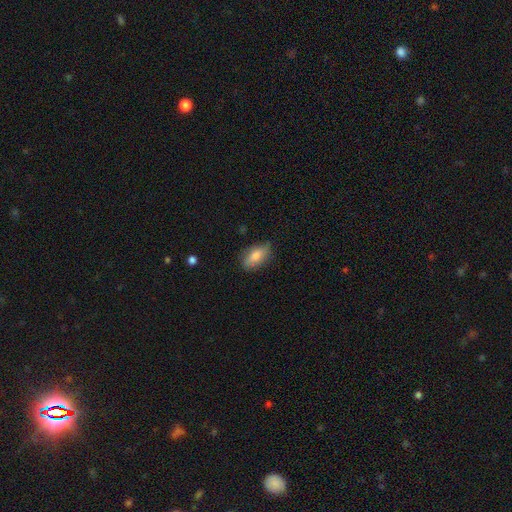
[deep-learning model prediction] smooth_or_featured: smooth (p=0.77) [alt: featured or disk p=0.16]
how_rounded: in between (p=0.89) [alt: cigar-shaped p=0.06]
merging: none (p=0.77) [alt: minor disturbance p=0.19]